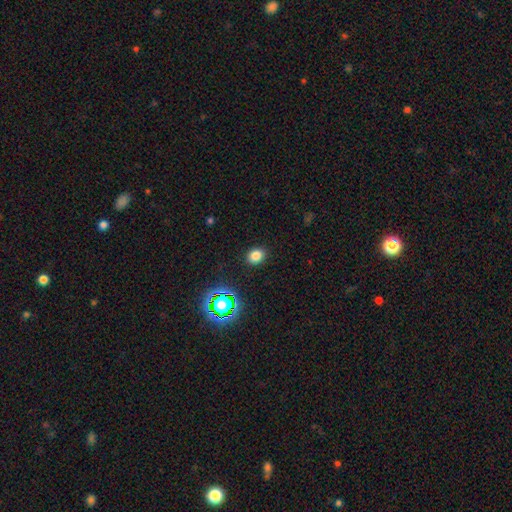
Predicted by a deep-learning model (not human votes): smooth_or_featured: smooth (p=0.79) [alt: star or artifact p=0.16]
how_rounded: round (p=0.52) [alt: in between p=0.47]
merging: none (p=0.89) [alt: minor disturbance p=0.07]